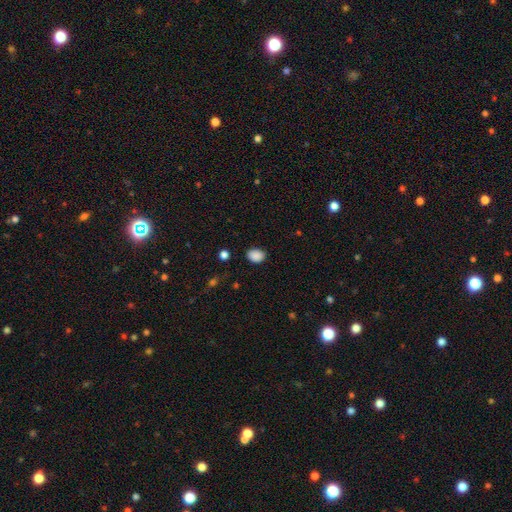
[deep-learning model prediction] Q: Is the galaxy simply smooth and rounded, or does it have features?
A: smooth — 88%.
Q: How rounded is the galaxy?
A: in between — 68%.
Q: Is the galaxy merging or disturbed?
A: none — 84%.